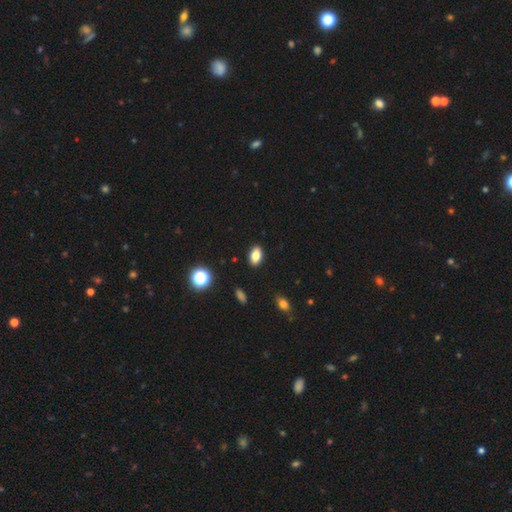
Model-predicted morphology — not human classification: Smooth or featured? Predicted: smooth (p=0.80). How rounded? Predicted: in between (p=0.87). Merging? Predicted: none (p=0.89).